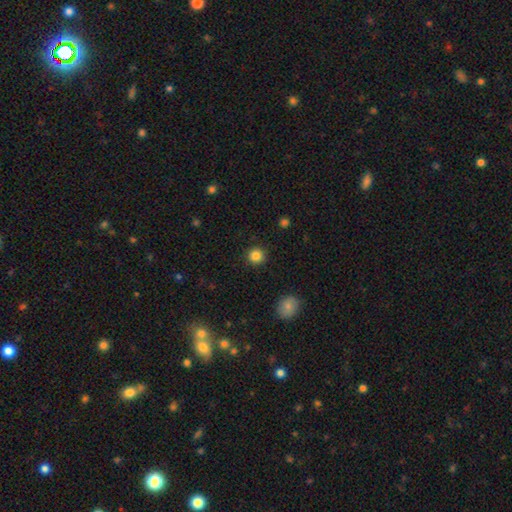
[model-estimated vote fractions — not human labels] smooth_or_featured: smooth (p=0.85) [alt: star or artifact p=0.11]
how_rounded: round (p=0.94) [alt: in between p=0.05]
merging: none (p=0.92) [alt: minor disturbance p=0.05]